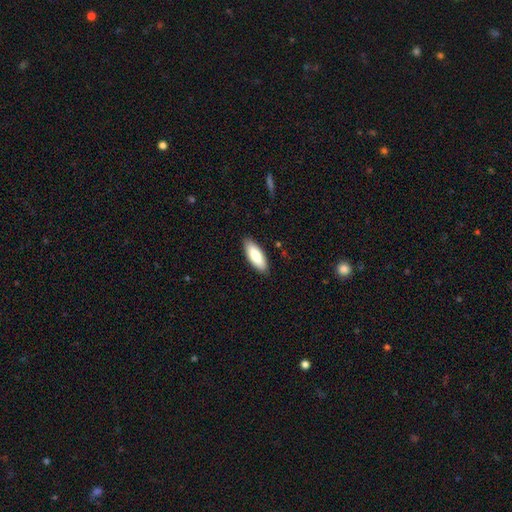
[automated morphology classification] This is likely a smooth galaxy (79%). How rounded: likely in between (74%). Merging: clearly none (88%).